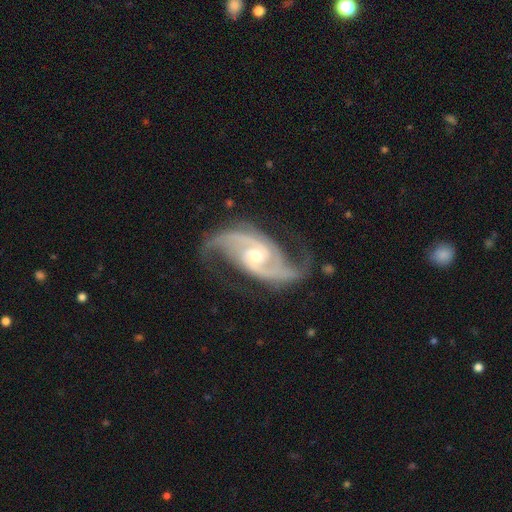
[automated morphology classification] smooth_or_featured: featured or disk (p=0.93) [alt: star or artifact p=0.04]
disk_edge_on: no (p=0.97) [alt: yes p=0.03]
bar: no (p=0.45) [alt: weak p=0.41]
has_spiral_arms: yes (p=0.98) [alt: no p=0.02]
spiral_winding: medium (p=0.57) [alt: loose p=0.26]
spiral_arm_count: 2 (p=0.89) [alt: 3 p=0.04]
bulge_size: moderate (p=0.54) [alt: small p=0.40]
merging: none (p=0.74) [alt: minor disturbance p=0.17]